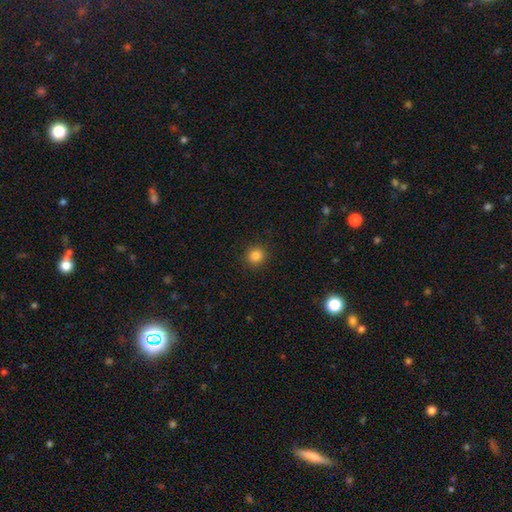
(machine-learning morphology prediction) A smooth galaxy with no disk features (83%) that is round (92%).

Vote fractions:
- Smooth or featured? smooth: 83% / star or artifact: 12% / featured or disk: 5%
- How rounded? round: 92% / in between: 8% / cigar-shaped: 1%
- Merging? none: 92% / minor disturbance: 5% / major disturbance: 2% / merger: 1%